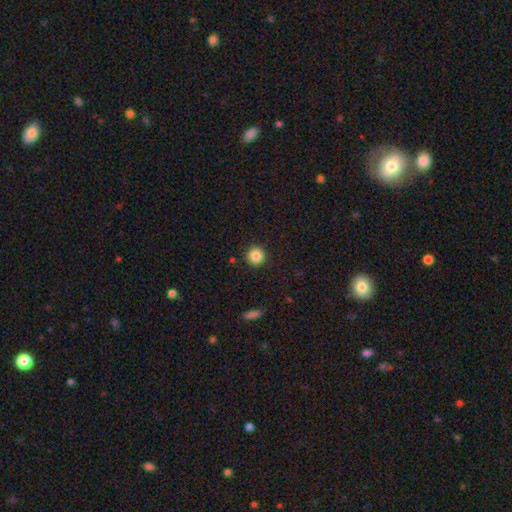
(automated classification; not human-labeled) Smooth or featured? Predicted: smooth (p=0.86). How rounded? Predicted: round (p=0.95). Merging? Predicted: none (p=0.91).